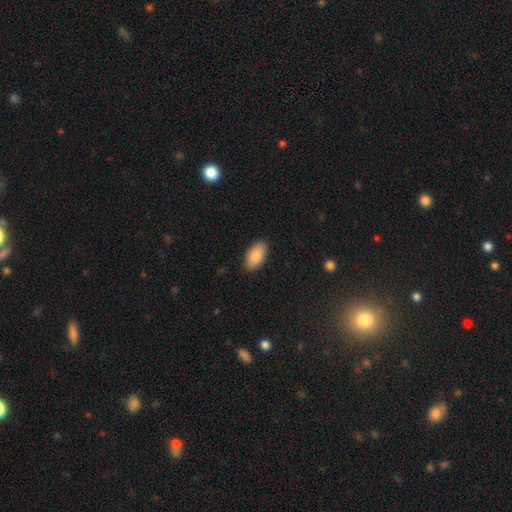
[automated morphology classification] Q: Smooth or featured?
A: smooth (85%); runner-up: featured or disk (8%)
Q: How rounded?
A: in between (95%); runner-up: round (3%)
Q: Merging?
A: none (89%); runner-up: minor disturbance (9%)